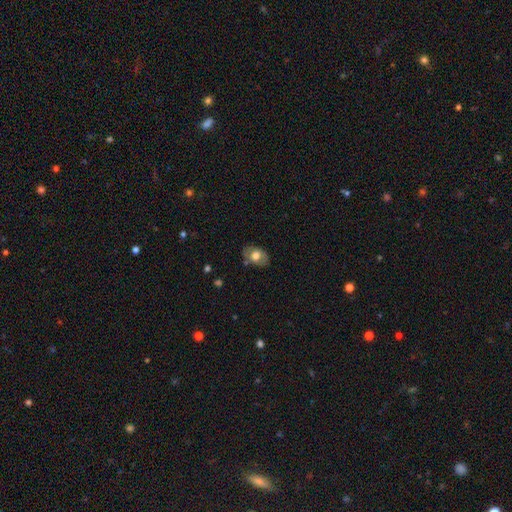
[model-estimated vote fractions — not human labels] This is likely a smooth galaxy (64%). How rounded: clearly in between (81%). Merging: likely none (77%).